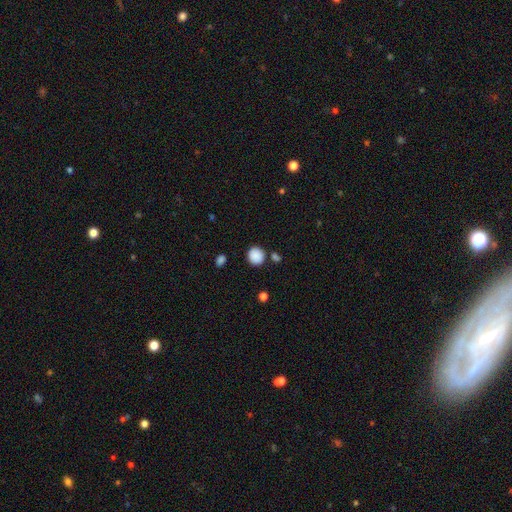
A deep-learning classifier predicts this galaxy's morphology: This appears to be a smooth galaxy with no disk features (88%) that is round (88%). Merging: none (81%).